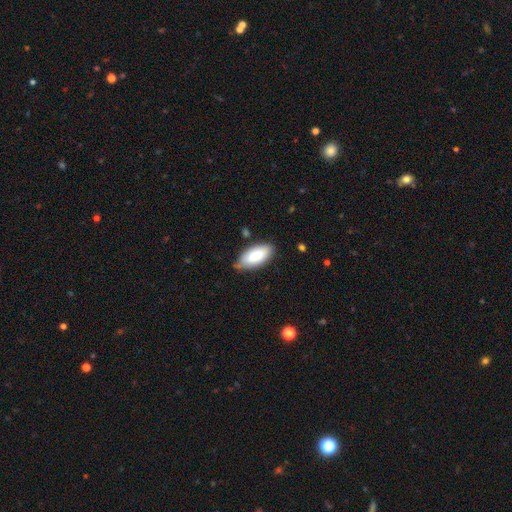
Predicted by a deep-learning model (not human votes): This appears to be a smooth galaxy with no disk features (85%) that is in between round and cigar-shaped (90%). Merging: none (70%).